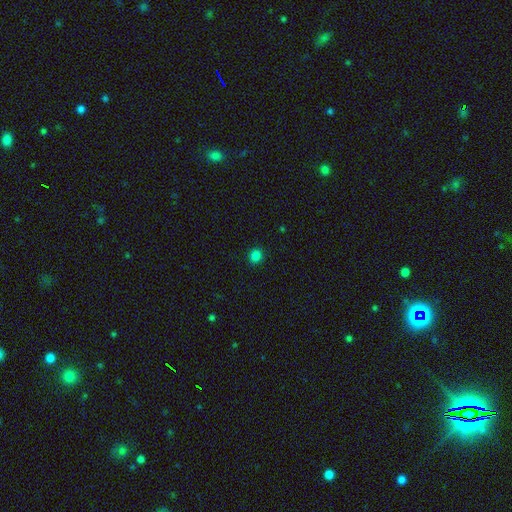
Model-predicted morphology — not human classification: This appears to be a smooth galaxy with no disk features (83%) that is round (77%). Merging: none (91%).